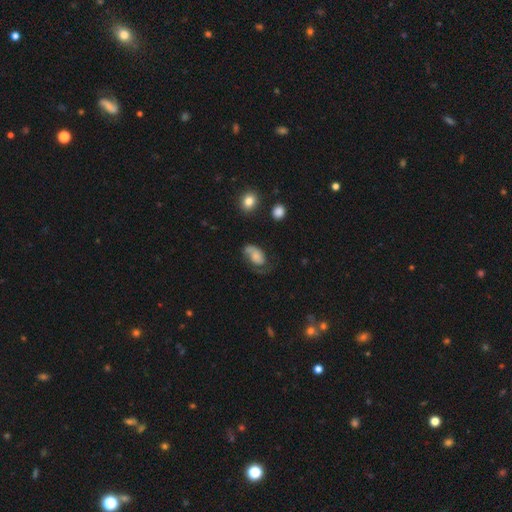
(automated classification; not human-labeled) A featured or disk galaxy (49%). Merging: none (39%).